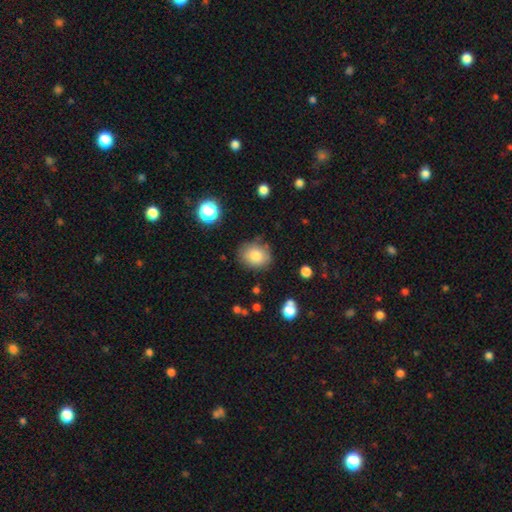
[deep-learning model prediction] Overall: smooth (81%). How rounded: round (53%; in between 46%). Merging: none (79%).